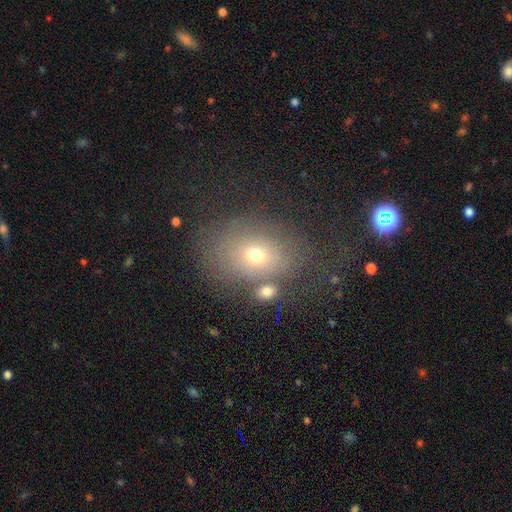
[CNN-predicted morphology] This appears to be a smooth galaxy with no disk features (62%) that is in between round and cigar-shaped (61%). Merging: none (60%).